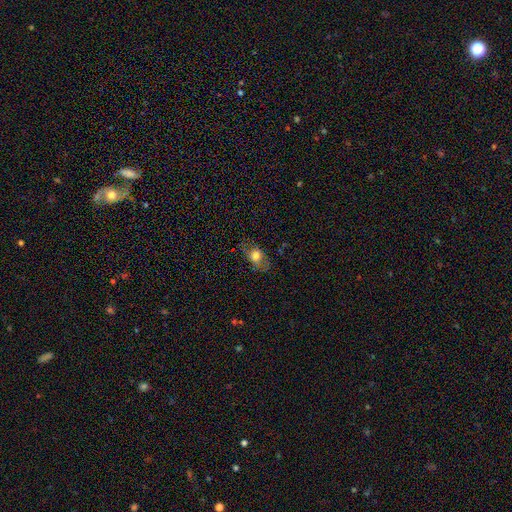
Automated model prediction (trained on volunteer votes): smooth_or_featured: smooth (p=0.68) [alt: featured or disk p=0.21]
how_rounded: in between (p=0.71) [alt: round p=0.26]
merging: none (p=0.66) [alt: minor disturbance p=0.22]